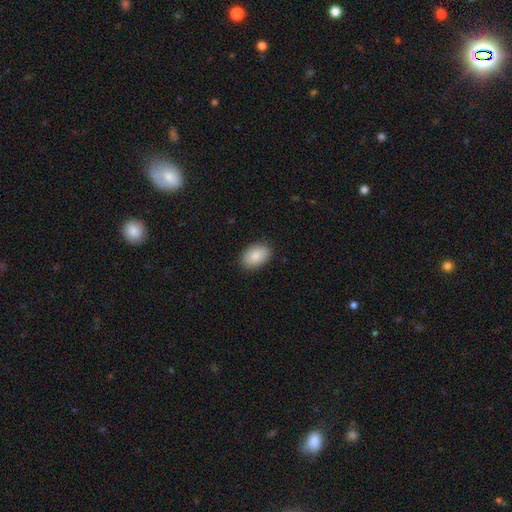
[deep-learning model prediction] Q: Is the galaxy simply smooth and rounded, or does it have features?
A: smooth — 88%.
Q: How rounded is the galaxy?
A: in between — 89%.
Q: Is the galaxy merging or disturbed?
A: none — 88%.